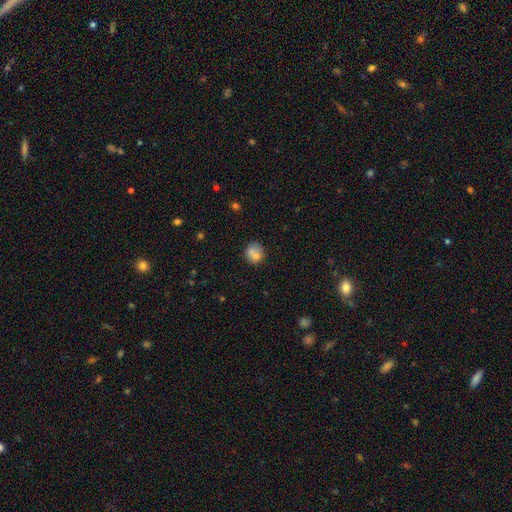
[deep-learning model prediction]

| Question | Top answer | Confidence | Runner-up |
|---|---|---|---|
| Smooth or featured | smooth | 72% | featured or disk (18%) |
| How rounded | round | 76% | in between (23%) |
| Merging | none | 46% | merger (37%) |